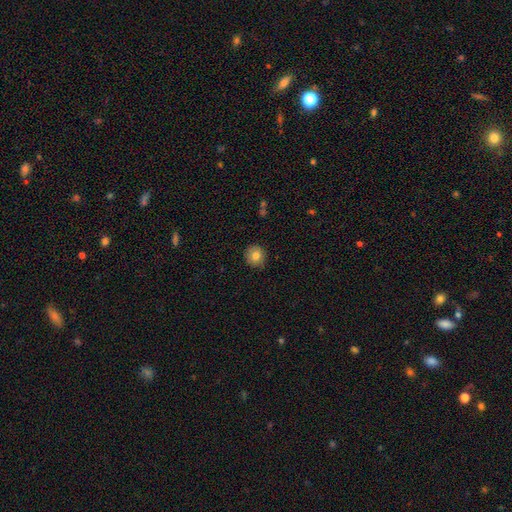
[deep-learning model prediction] Overall: smooth (80%). How rounded: round (91%). Merging: none (87%).